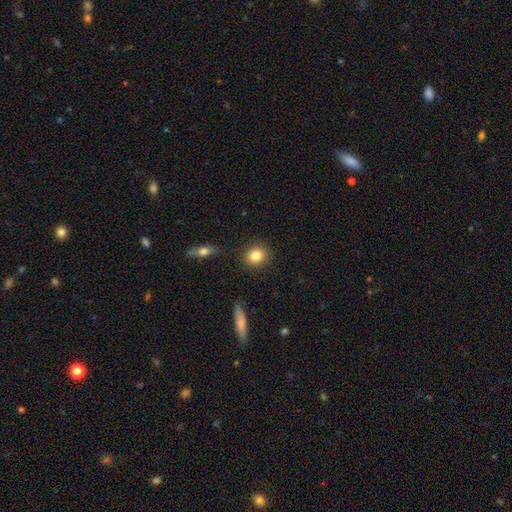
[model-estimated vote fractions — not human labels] A smooth galaxy with no disk features (85%) that is round (76%).

Vote fractions:
- Smooth or featured? smooth: 85% / star or artifact: 9% / featured or disk: 6%
- How rounded? round: 76% / in between: 22% / cigar-shaped: 1%
- Merging? none: 88% / minor disturbance: 7% / major disturbance: 2% / merger: 2%